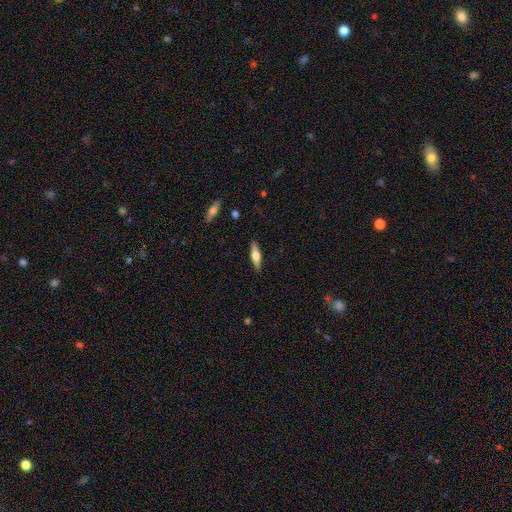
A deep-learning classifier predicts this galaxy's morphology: The model was most divided on "smooth or featured": smooth: 49%, featured or disk: 45%, star or artifact: 6%. More confident: merging — none (89%).